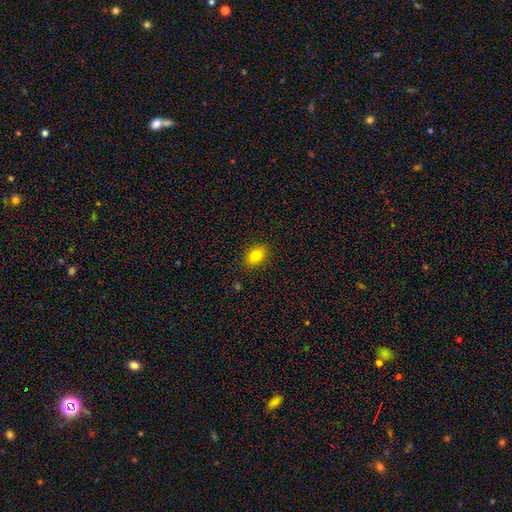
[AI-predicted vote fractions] Smooth or featured: smooth — 81% (star or artifact — 10%)
How rounded: in between — 79% (round — 19%)
Merging: none — 88% (minor disturbance — 9%)